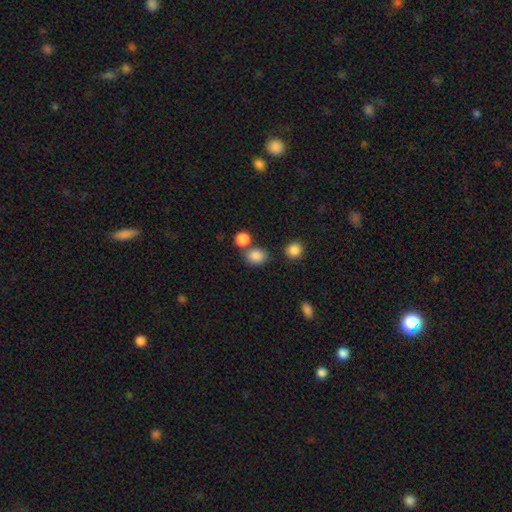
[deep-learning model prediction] Q: Smooth or featured?
A: smooth (85%); runner-up: star or artifact (11%)
Q: How rounded?
A: round (57%); runner-up: in between (42%)
Q: Merging?
A: none (64%); runner-up: merger (21%)